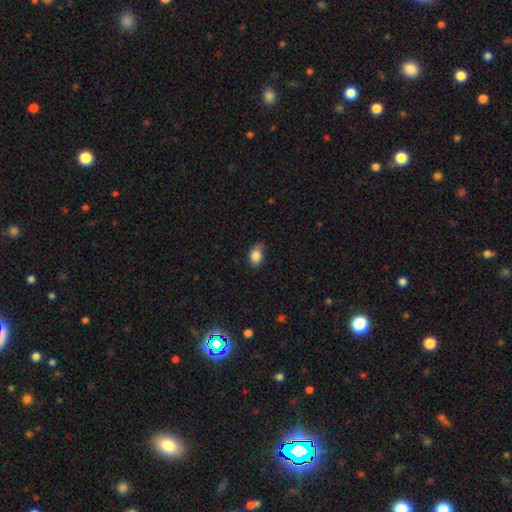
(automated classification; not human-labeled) A smooth galaxy with no disk features (85%) that is in between round and cigar-shaped (80%). Merging: none (64%).